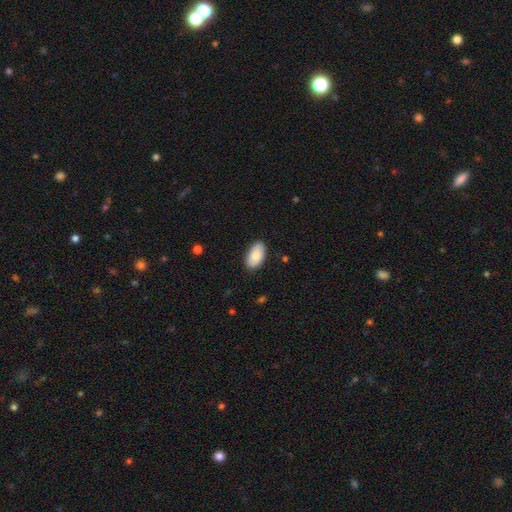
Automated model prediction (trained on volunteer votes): Smooth or featured? Predicted: smooth (p=0.87). How rounded? Predicted: in between (p=0.95). Merging? Predicted: none (p=0.85).